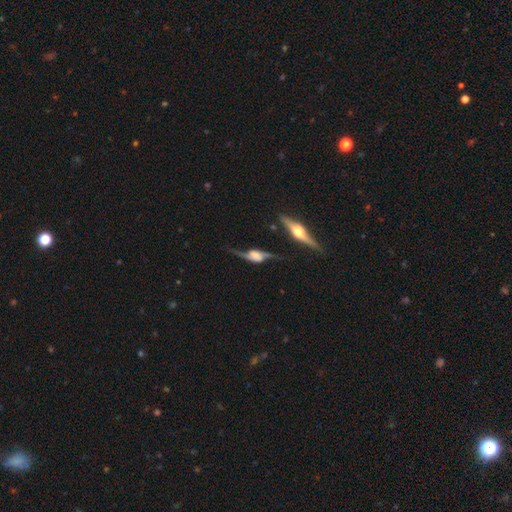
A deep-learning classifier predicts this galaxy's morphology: Q: Smooth or featured?
A: featured or disk (83%); runner-up: smooth (10%)
Q: Edge-on disk?
A: yes (54%); runner-up: no (46%)
Q: Merging?
A: none (56%); runner-up: minor disturbance (22%)